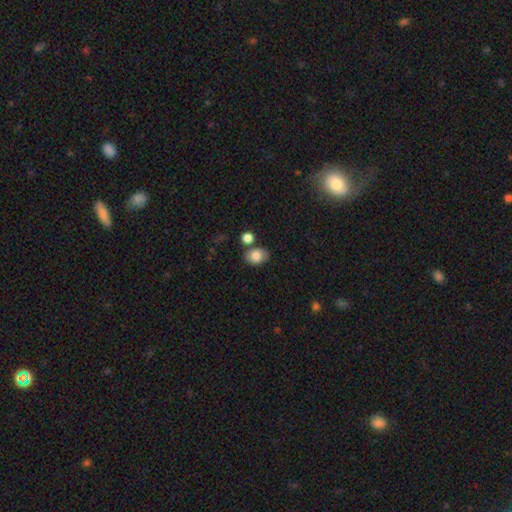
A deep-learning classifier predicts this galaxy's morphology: smooth_or_featured: smooth (p=0.82) [alt: featured or disk p=0.09]
how_rounded: in between (p=0.67) [alt: round p=0.32]
merging: none (p=0.68) [alt: minor disturbance p=0.15]